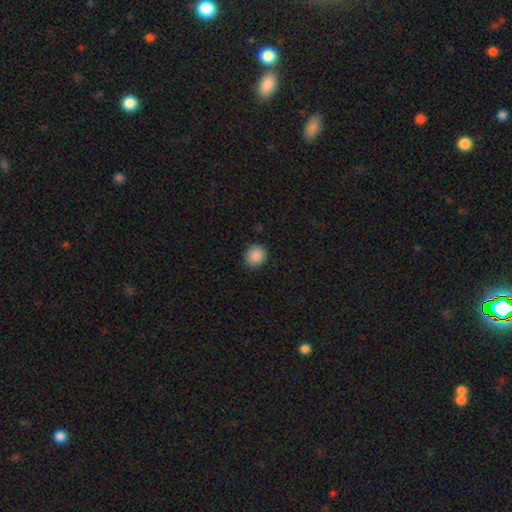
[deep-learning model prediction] smooth 89%, star or artifact 8%, featured or disk 3%. Down the decision tree: how rounded — round (82%); merging — none (87%).